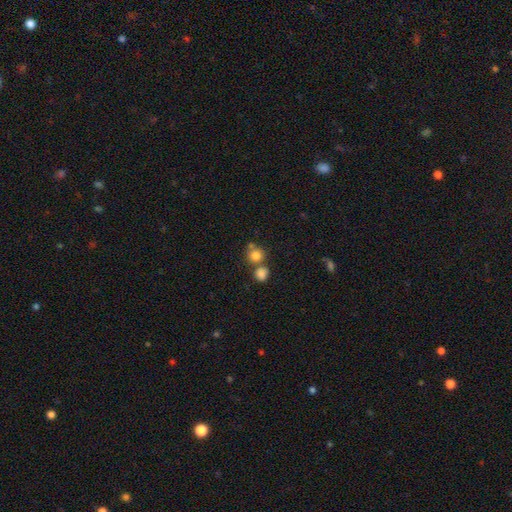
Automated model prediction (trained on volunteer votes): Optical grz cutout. It shows a smooth galaxy with no disk features (81%) that is round (88%). Merging: none (58%).